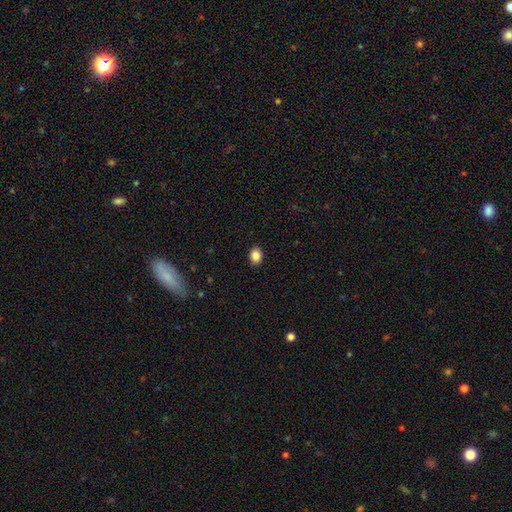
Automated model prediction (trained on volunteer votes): Q: Smooth or featured?
A: smooth (86%); runner-up: star or artifact (9%)
Q: How rounded?
A: in between (57%); runner-up: round (42%)
Q: Merging?
A: none (90%); runner-up: minor disturbance (7%)